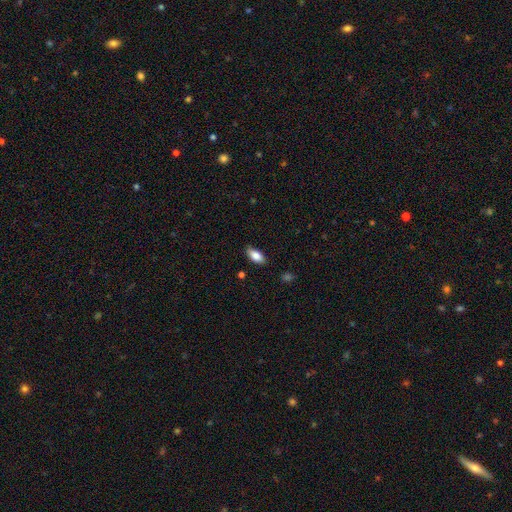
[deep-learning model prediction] A smooth galaxy with no disk features (84%) that is in between round and cigar-shaped (88%). Merging: none (85%).